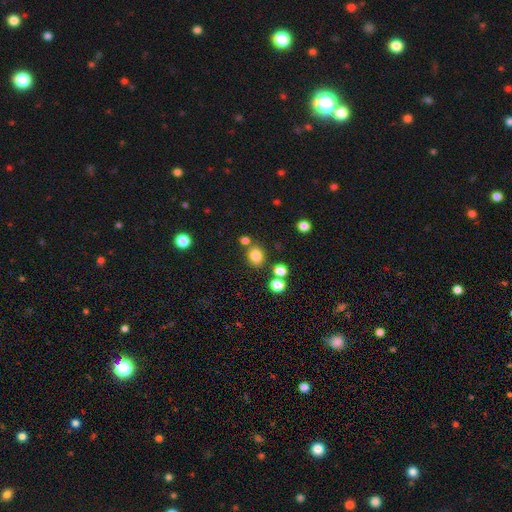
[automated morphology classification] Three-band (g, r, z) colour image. It shows a smooth galaxy with no disk features (81%) that is round (62%). Merging: none (75%).